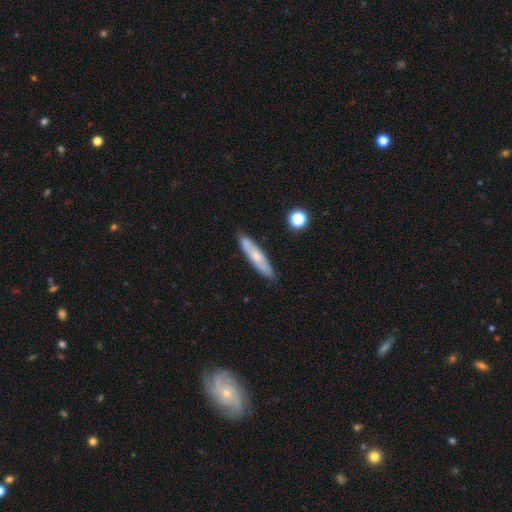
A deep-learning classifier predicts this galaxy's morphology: Q: Smooth or featured?
A: smooth (57%); runner-up: featured or disk (36%)
Q: How rounded?
A: cigar-shaped (86%); runner-up: in between (12%)
Q: Merging?
A: none (83%); runner-up: minor disturbance (12%)